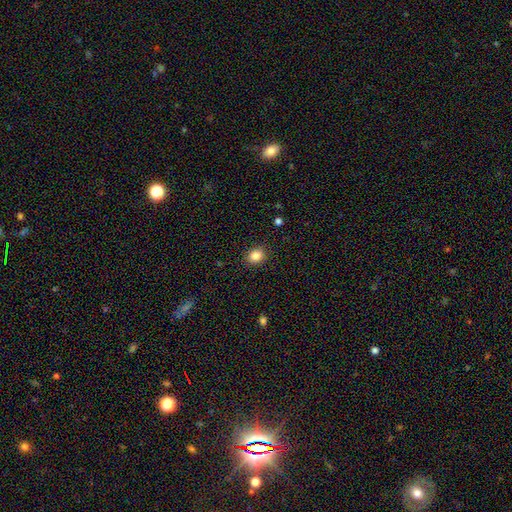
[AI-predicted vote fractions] smooth_or_featured: smooth (p=0.85) [alt: star or artifact p=0.10]
how_rounded: round (p=0.56) [alt: in between p=0.43]
merging: none (p=0.89) [alt: minor disturbance p=0.08]